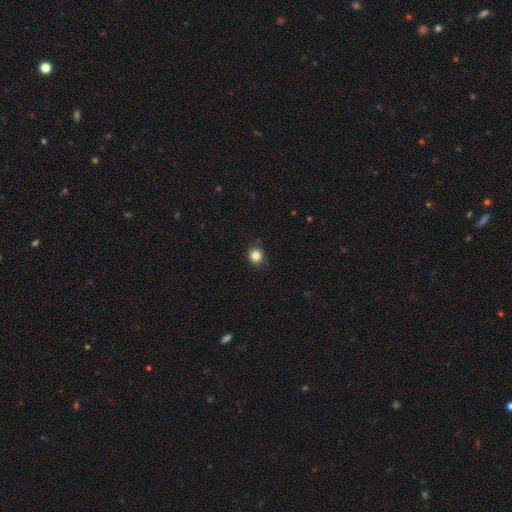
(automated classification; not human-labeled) Smooth or featured?
  - smooth: 86% *
  - star or artifact: 11%
  - featured or disk: 3%
How rounded?
  - round: 89% *
  - in between: 10%
  - cigar-shaped: 1%
Merging?
  - none: 88% *
  - minor disturbance: 9%
  - major disturbance: 2%
  - merger: 1%